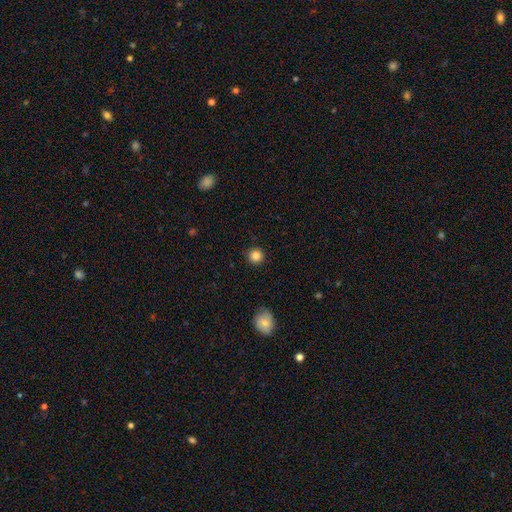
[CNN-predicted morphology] This is clearly a smooth galaxy (85%). How rounded: clearly round (95%). Merging: clearly none (91%).